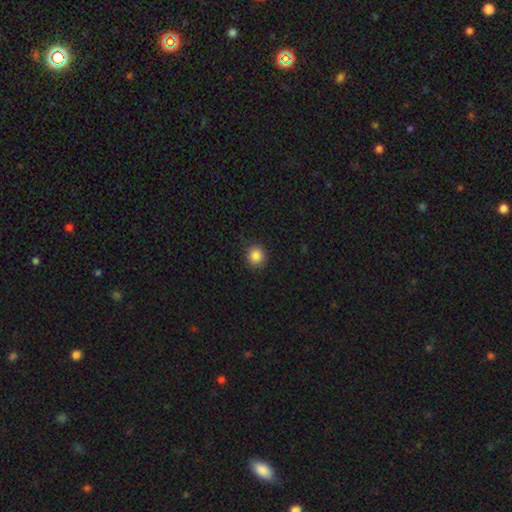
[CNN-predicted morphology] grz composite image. It shows a smooth galaxy with no disk features (86%) that is round (90%). Merging: none (86%).